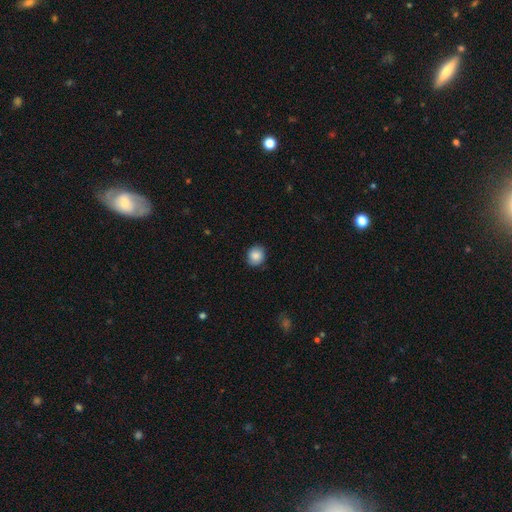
Overall: smooth (85%). How rounded: round (82%). Merging: none (75%).